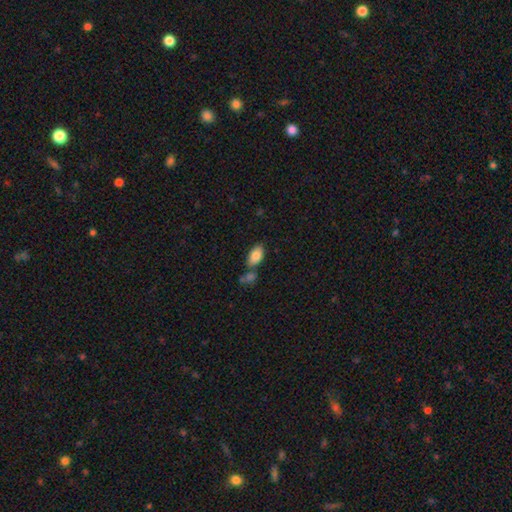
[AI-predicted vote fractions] Morphology: type=smooth (84%); roundness=in between (93%); merging=none (61%).